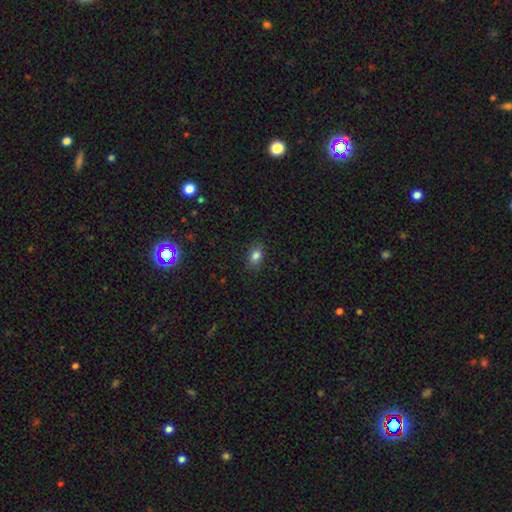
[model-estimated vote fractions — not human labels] Smooth or featured? Predicted: smooth (p=0.82). How rounded? Predicted: in between (p=0.78). Merging? Predicted: none (p=0.84).